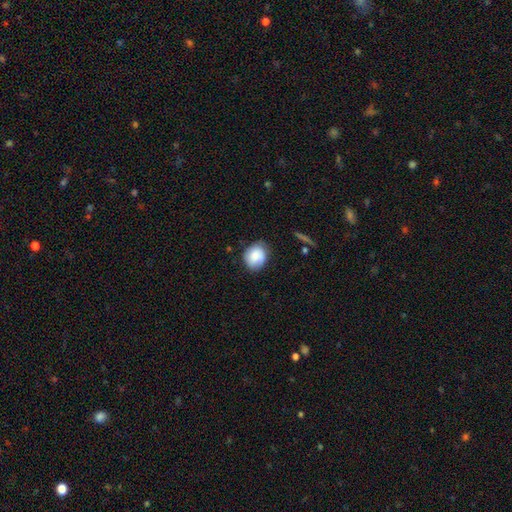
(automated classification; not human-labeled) Morphology: type=smooth (78%); roundness=round (63%); merging=none (70%).